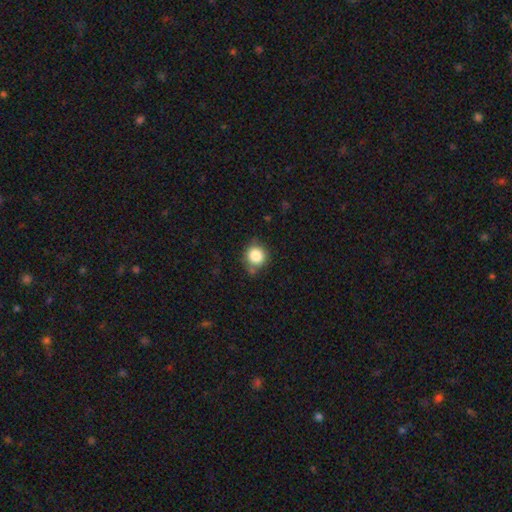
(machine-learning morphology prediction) Smooth or featured?
  - smooth: 84% *
  - star or artifact: 10%
  - featured or disk: 6%
How rounded?
  - round: 88% *
  - in between: 11%
  - cigar-shaped: 1%
Merging?
  - none: 70% *
  - minor disturbance: 20%
  - major disturbance: 5%
  - merger: 5%